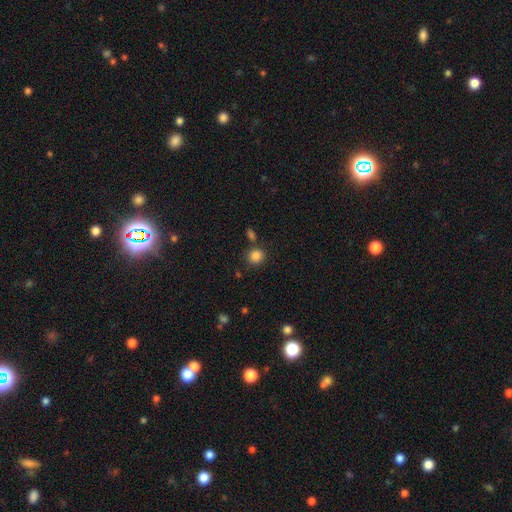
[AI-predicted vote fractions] Smooth or featured: smooth — 86% (star or artifact — 10%)
How rounded: round — 85% (in between — 14%)
Merging: none — 79% (merger — 9%)